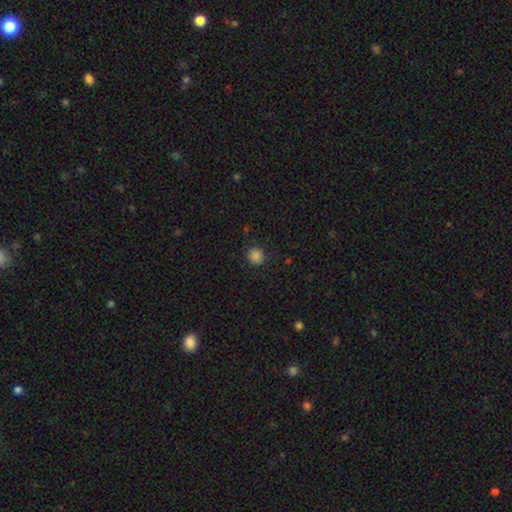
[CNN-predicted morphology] This is clearly a smooth galaxy (85%). How rounded: clearly round (90%). Merging: clearly none (87%).